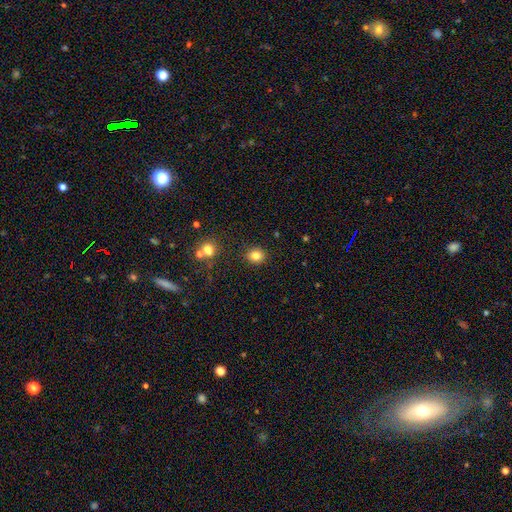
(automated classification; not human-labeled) smooth_or_featured: smooth (p=0.82) [alt: star or artifact p=0.12]
how_rounded: round (p=0.72) [alt: in between p=0.27]
merging: none (p=0.87) [alt: minor disturbance p=0.08]